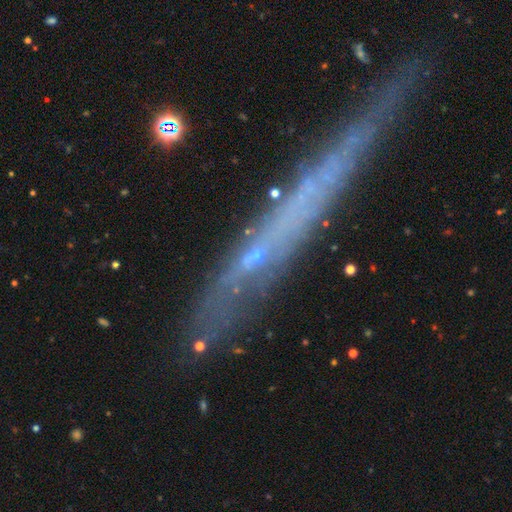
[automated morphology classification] This appears to be a featured or disk galaxy (46%). Merging: none (46%).